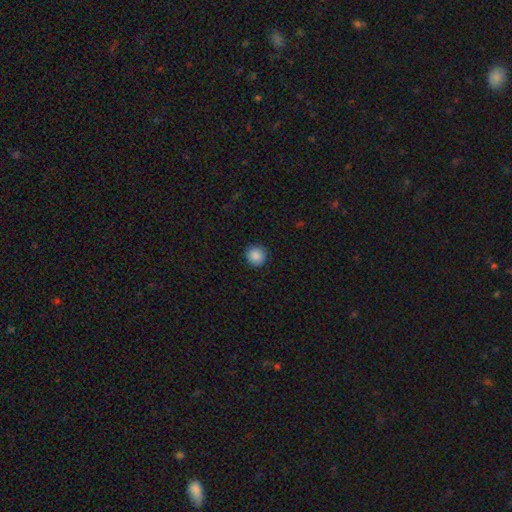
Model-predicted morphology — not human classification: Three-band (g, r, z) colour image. It shows a smooth galaxy with no disk features (89%) that is round (92%). Merging: none (91%).